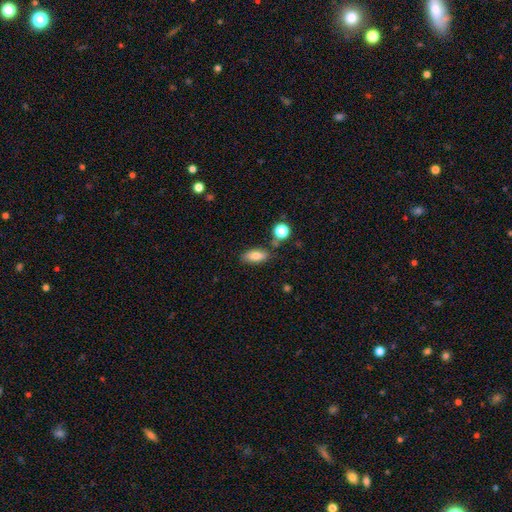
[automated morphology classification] A smooth galaxy with no disk features (80%) that is in between round and cigar-shaped (82%). Merging: none (75%).